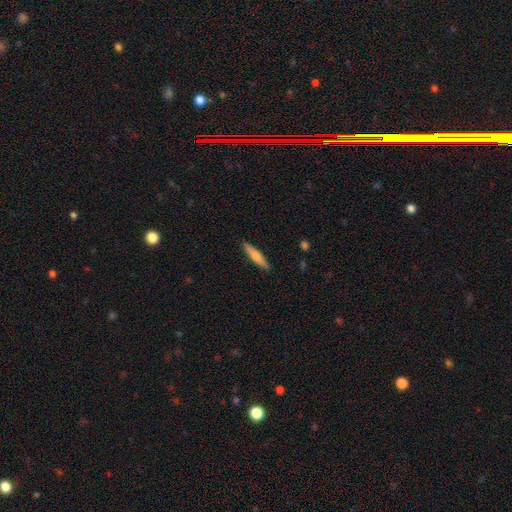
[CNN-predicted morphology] A smooth galaxy with no disk features (63%) that is cigar-shaped (86%).

Vote fractions:
- Smooth or featured? smooth: 63% / featured or disk: 32% / star or artifact: 5%
- How rounded? cigar-shaped: 86% / in between: 12% / round: 1%
- Merging? none: 90% / minor disturbance: 8% / major disturbance: 2% / merger: 1%